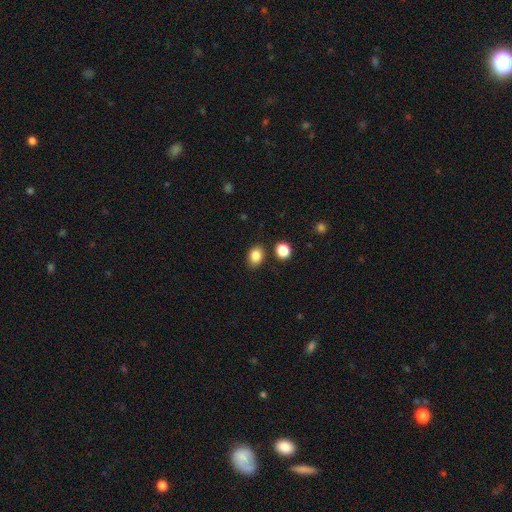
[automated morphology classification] smooth_or_featured: smooth (p=0.85) [alt: star or artifact p=0.10]
how_rounded: in between (p=0.62) [alt: round p=0.37]
merging: none (p=0.82) [alt: minor disturbance p=0.10]